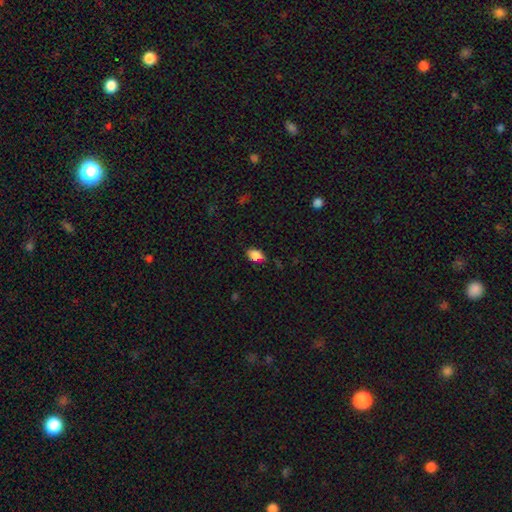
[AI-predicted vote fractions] smooth_or_featured: smooth (p=0.81) [alt: star or artifact p=0.12]
how_rounded: in between (p=0.86) [alt: round p=0.12]
merging: none (p=0.62) [alt: minor disturbance p=0.28]